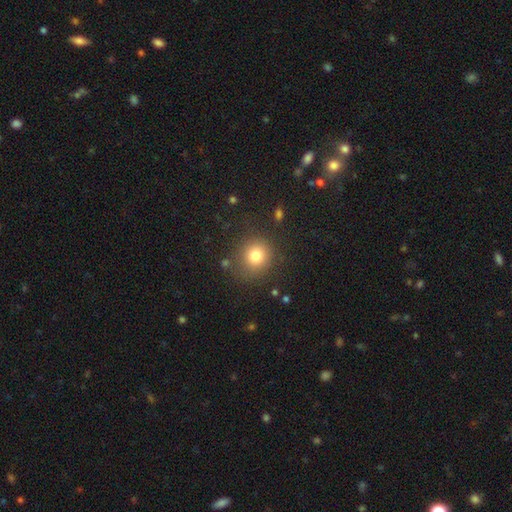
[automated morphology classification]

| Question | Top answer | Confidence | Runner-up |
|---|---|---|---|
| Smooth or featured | smooth | 79% | star or artifact (13%) |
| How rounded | round | 88% | in between (11%) |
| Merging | none | 83% | minor disturbance (10%) |